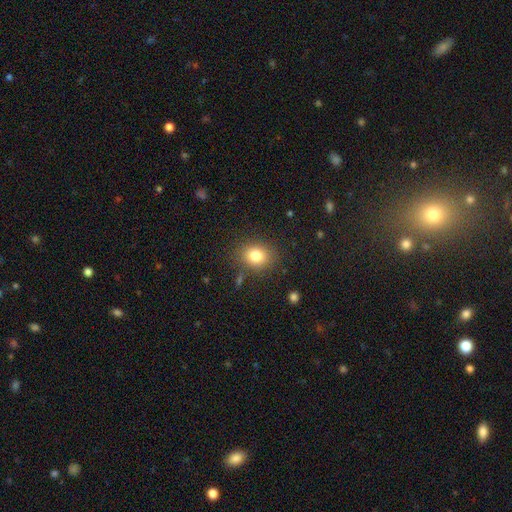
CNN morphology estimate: The model was most divided on "how rounded": round: 57%, in between: 42%, cigar-shaped: 1%. More confident: merging — none (84%); smooth or featured — smooth (80%).